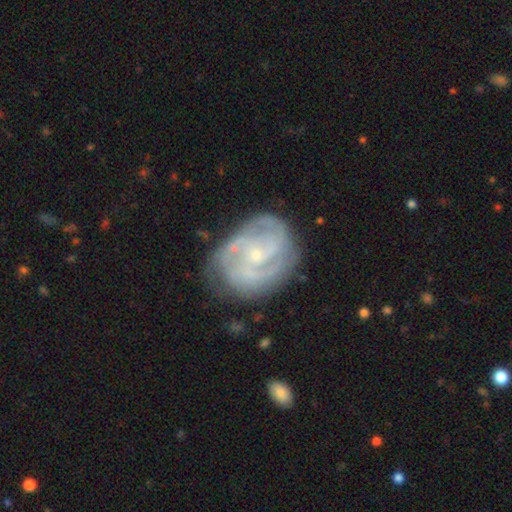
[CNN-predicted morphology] A featured or disk galaxy (85%) with no bar (57%), 2 (39%) tight (50%) spiral arms (94%) and a small central bulge (74%).

Vote fractions:
- Smooth or featured? featured or disk: 85% / smooth: 10% / star or artifact: 5%
- Edge-on disk? no: 98% / yes: 2%
- Bar? no: 57% / weak: 35% / strong: 8%
- Spiral arms? yes: 94% / no: 6%
- Spiral winding? tight: 50% / medium: 41% / loose: 9%
- Spiral arm count? 2: 39% / 3: 25% / can't tell: 21% / 4: 6% / 1: 4% / more than 4: 4%
- Bulge size? small: 74% / moderate: 21% / none: 3% / large: 1% / dominant: 1%
- Merging? none: 69% / minor disturbance: 21% / major disturbance: 9% / merger: 2%